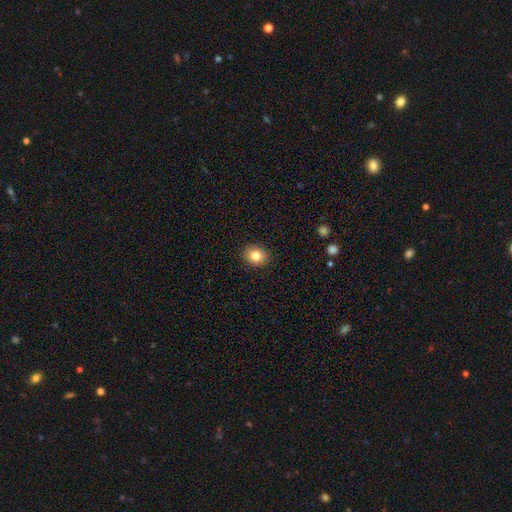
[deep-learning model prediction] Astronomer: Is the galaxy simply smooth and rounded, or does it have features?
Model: smooth — 83%.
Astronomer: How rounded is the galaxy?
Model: round — 63%.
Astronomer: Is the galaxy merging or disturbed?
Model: none — 91%.